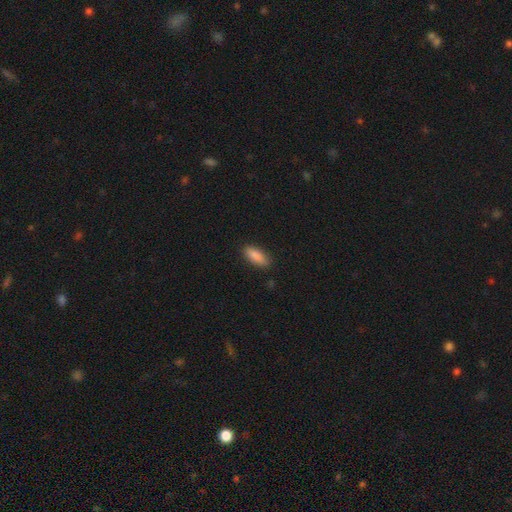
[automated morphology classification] This appears to be a smooth galaxy with no disk features (88%) that is in between round and cigar-shaped (72%). Merging: none (86%).